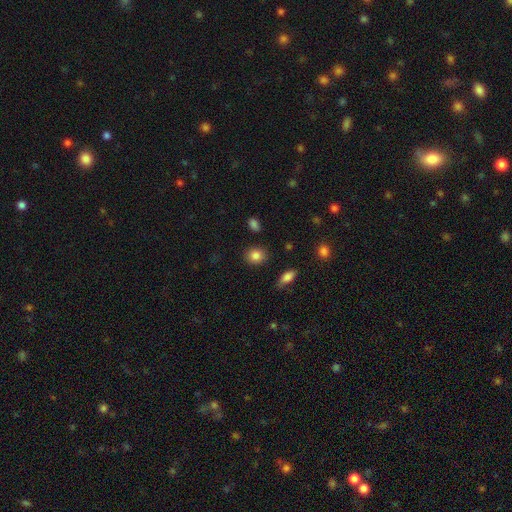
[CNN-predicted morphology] Overall: smooth (85%). How rounded: round (65%; in between 33%). Merging: none (87%).